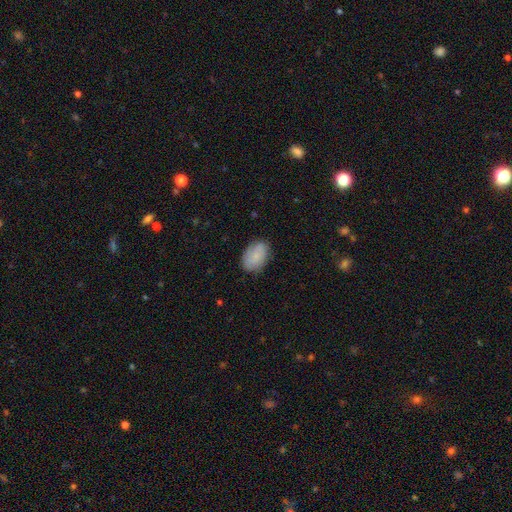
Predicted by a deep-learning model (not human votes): Smooth or featured?
  - smooth: 79% *
  - featured or disk: 14%
  - star or artifact: 7%
How rounded?
  - in between: 87% *
  - round: 12%
  - cigar-shaped: 1%
Merging?
  - none: 78% *
  - minor disturbance: 17%
  - major disturbance: 4%
  - merger: 1%